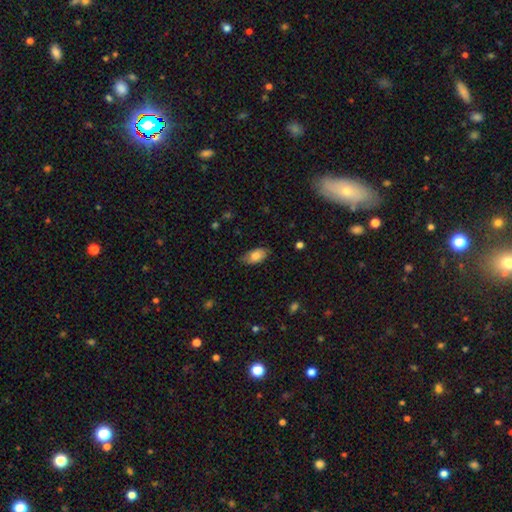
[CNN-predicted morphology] smooth 80%, featured or disk 13%, star or artifact 7%. Down the decision tree: how rounded — in between (92%); merging — none (70%).